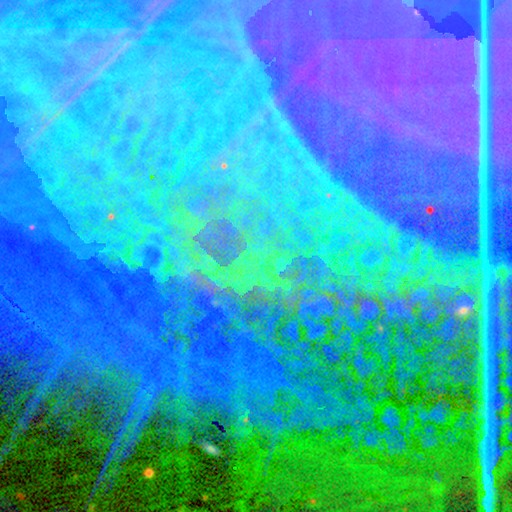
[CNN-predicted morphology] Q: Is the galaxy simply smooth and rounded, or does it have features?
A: star or artifact — 85%.